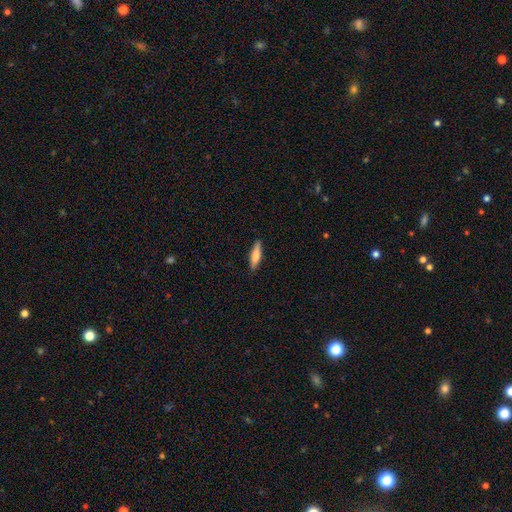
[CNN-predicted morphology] Smooth or featured: smooth — 73% (featured or disk — 21%)
How rounded: cigar-shaped — 71% (in between — 27%)
Merging: none — 88% (minor disturbance — 9%)